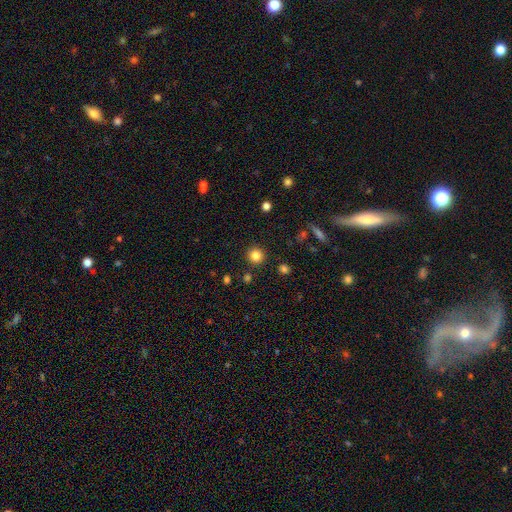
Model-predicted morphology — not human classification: type=smooth (83%); roundness=round (94%); merging=none (90%).